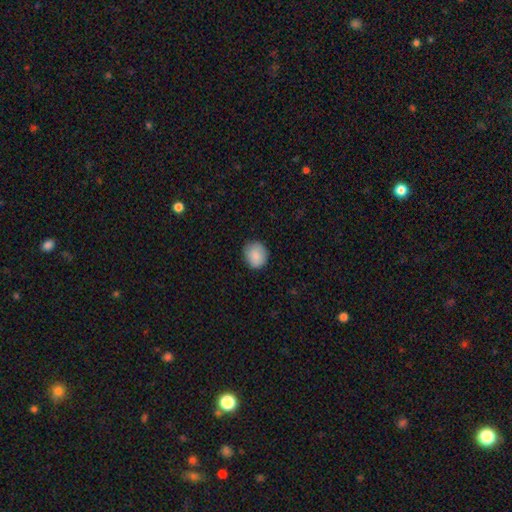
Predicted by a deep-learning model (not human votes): A smooth galaxy with no disk features (88%) that is round (77%).

Vote fractions:
- Smooth or featured? smooth: 88% / star or artifact: 7% / featured or disk: 4%
- How rounded? round: 77% / in between: 22% / cigar-shaped: 1%
- Merging? none: 87% / minor disturbance: 10% / major disturbance: 2% / merger: 1%